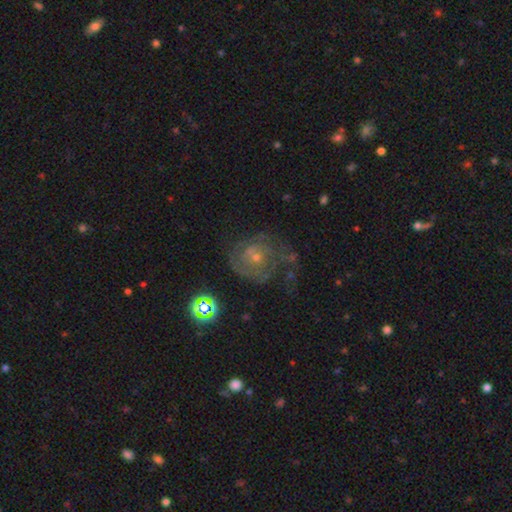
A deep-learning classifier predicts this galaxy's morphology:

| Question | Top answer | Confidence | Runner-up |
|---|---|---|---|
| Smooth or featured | featured or disk | 73% | smooth (13%) |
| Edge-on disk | no | 98% | yes (2%) |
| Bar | no | 74% | weak (22%) |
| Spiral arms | yes | 86% | no (14%) |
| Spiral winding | tight | 54% | medium (35%) |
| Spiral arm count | can't tell | 37% | 2 (27%) |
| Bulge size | small | 66% | moderate (28%) |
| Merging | none | 51% | major disturbance (23%) |